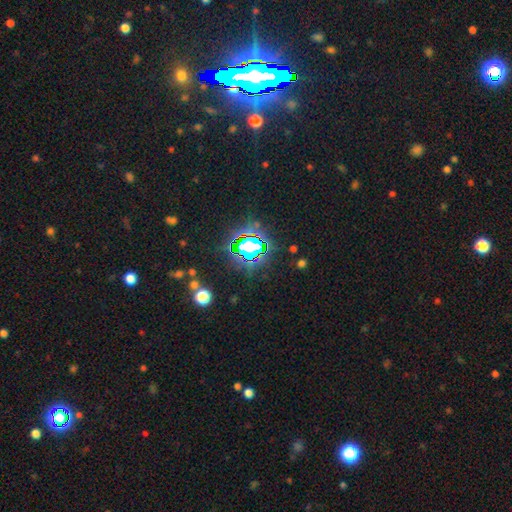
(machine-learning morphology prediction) Overall: star or artifact (82%).